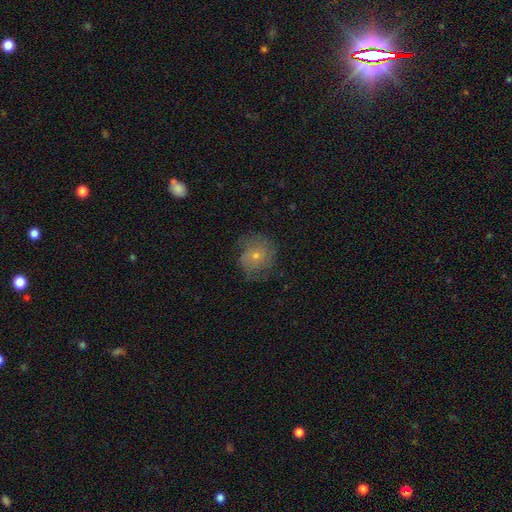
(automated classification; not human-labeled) Smooth or featured? Predicted: featured or disk (p=0.49). Merging? Predicted: none (p=0.70).